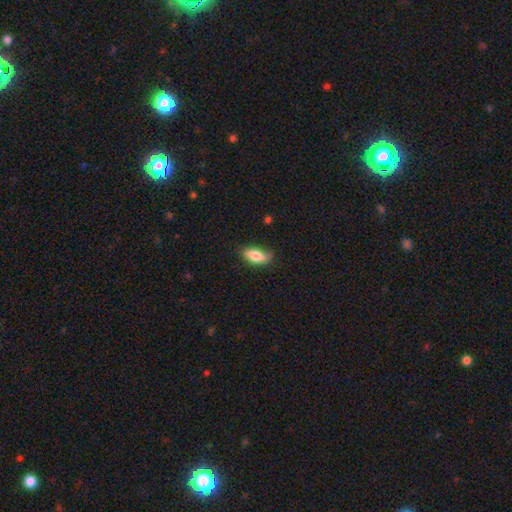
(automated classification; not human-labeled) This appears to be a smooth galaxy with no disk features (76%) that is in between round and cigar-shaped (82%). Merging: none (69%).